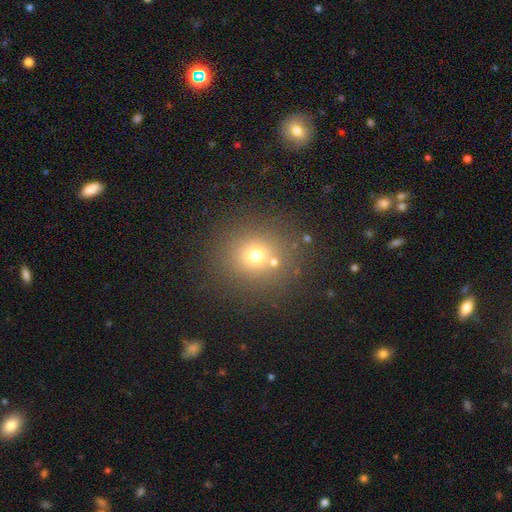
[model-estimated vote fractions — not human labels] smooth 67%, star or artifact 22%, featured or disk 11%. Down the decision tree: how rounded — round (86%); merging — none (78%).